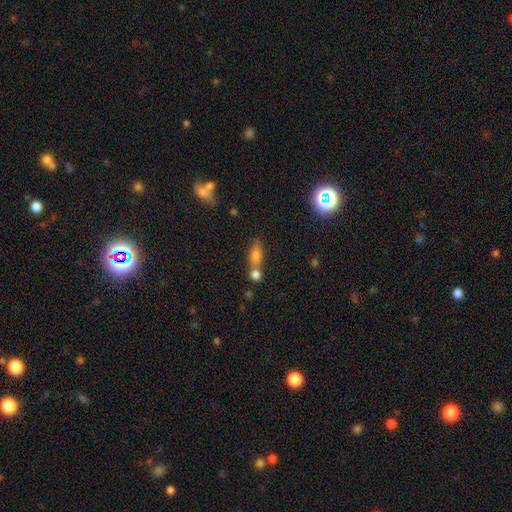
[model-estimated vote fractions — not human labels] Smooth or featured? smooth (67%)
How rounded? in between (62%)
Merging? none (44%)